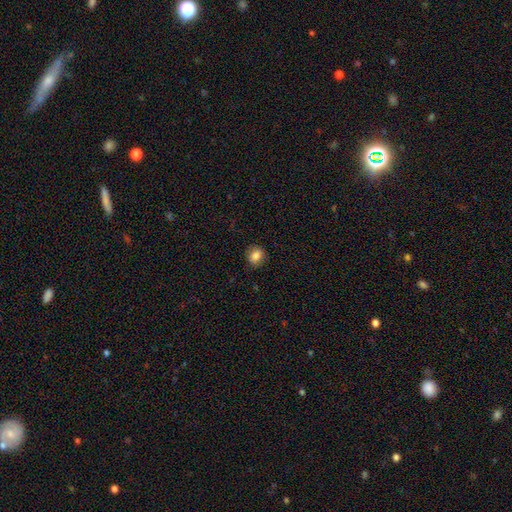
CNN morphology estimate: A smooth galaxy with no disk features (84%) that is round (70%).

Vote fractions:
- Smooth or featured? smooth: 84% / star or artifact: 10% / featured or disk: 7%
- How rounded? round: 70% / in between: 29% / cigar-shaped: 1%
- Merging? none: 87% / minor disturbance: 9% / major disturbance: 2% / merger: 1%